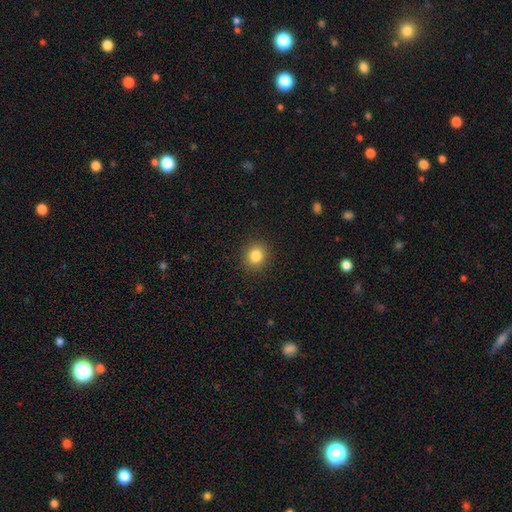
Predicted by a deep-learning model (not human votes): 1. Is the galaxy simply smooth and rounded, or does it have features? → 84% smooth, 11% star or artifact, 5% featured or disk.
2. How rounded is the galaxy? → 84% round, 16% in between, 1% cigar-shaped.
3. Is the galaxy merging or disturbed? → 91% none, 6% minor disturbance, 2% major disturbance, 1% merger.